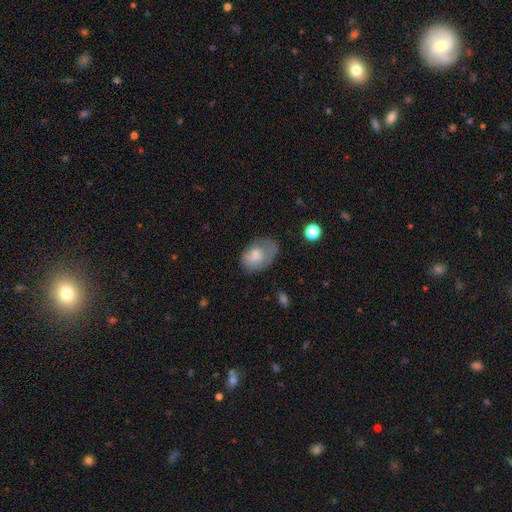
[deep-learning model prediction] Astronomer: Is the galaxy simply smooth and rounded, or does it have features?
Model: smooth — 70%.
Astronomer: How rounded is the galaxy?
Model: in between — 83%.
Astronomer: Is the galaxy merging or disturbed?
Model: none — 48% (runner-up: minor disturbance, 31%).